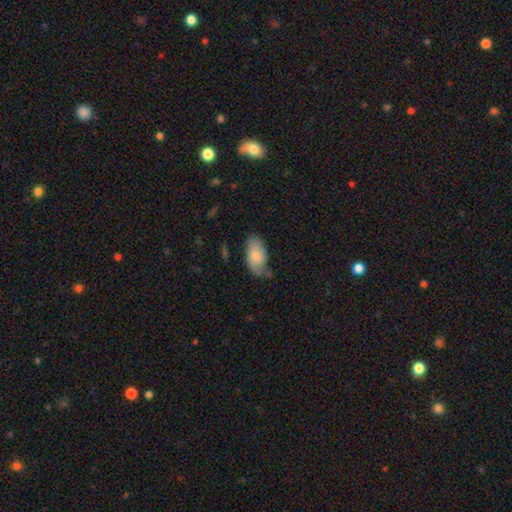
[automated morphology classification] A smooth galaxy with no disk features (73%) that is in between round and cigar-shaped (94%).

Vote fractions:
- Smooth or featured? smooth: 73% / featured or disk: 21% / star or artifact: 6%
- How rounded? in between: 94% / round: 3% / cigar-shaped: 3%
- Merging? none: 54% / minor disturbance: 32% / major disturbance: 9% / merger: 4%